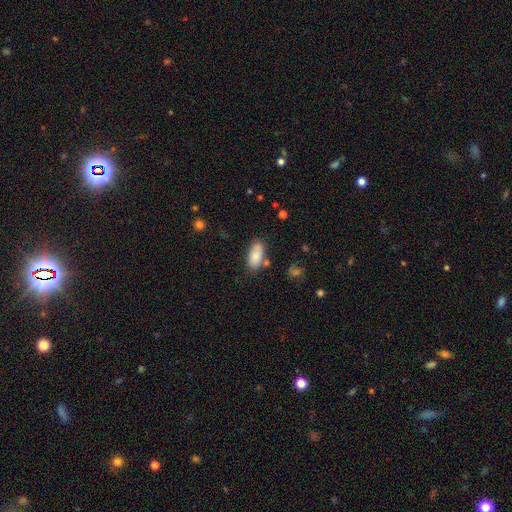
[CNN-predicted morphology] type=smooth (84%); roundness=in between (91%); merging=none (74%).